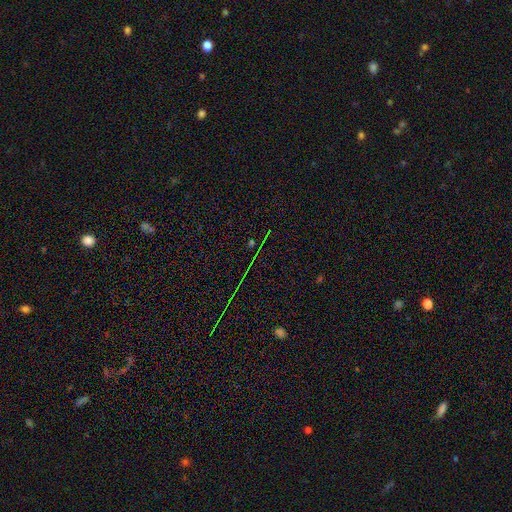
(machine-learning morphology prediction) Overall: star or artifact (78%).